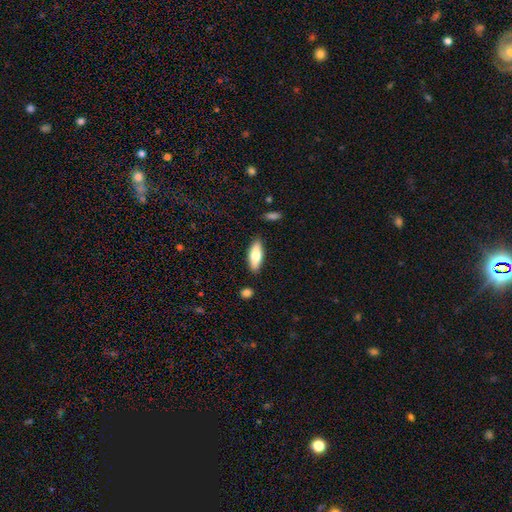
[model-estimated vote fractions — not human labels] Overall: smooth (72%). How rounded: in between (67%; cigar-shaped 30%). Merging: none (86%).